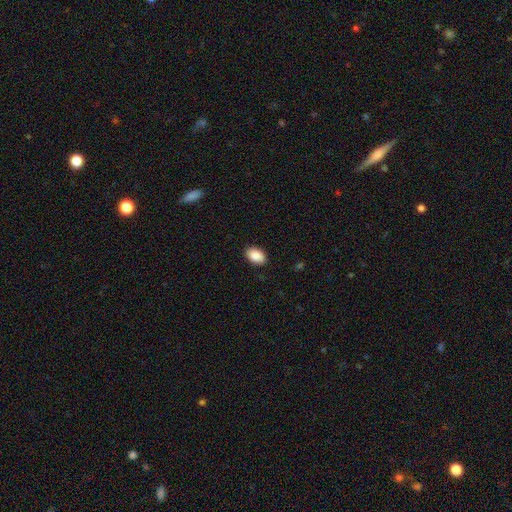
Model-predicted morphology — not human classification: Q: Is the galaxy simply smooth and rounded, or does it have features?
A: smooth — 90%.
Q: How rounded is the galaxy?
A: in between — 91%.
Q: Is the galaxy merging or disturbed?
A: none — 89%.